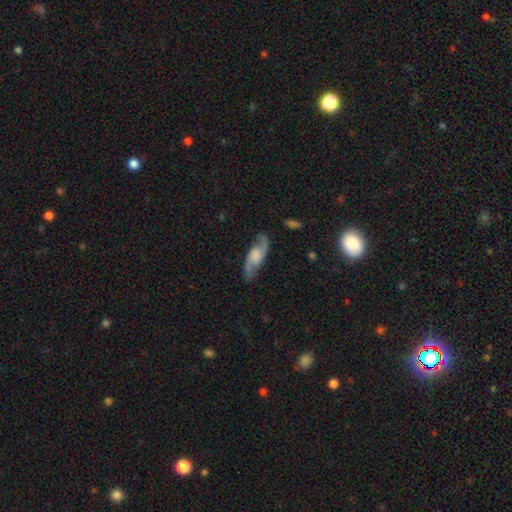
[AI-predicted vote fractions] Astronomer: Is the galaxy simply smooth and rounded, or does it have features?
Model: featured or disk — 76%.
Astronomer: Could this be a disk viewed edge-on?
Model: no — 86%.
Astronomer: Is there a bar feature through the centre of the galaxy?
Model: no — 51% (runner-up: weak, 39%).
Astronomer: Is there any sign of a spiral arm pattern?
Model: yes — 94%.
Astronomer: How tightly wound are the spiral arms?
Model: loose — 50% (runner-up: medium, 40%).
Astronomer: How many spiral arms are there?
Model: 2 — 91%.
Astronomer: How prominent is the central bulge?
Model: moderate — 27% (runner-up: large, 25%).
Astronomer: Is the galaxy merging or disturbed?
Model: none — 80%.